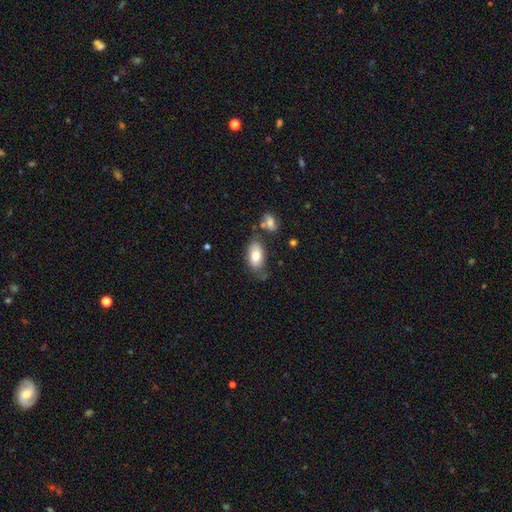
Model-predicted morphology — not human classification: smooth_or_featured: smooth (p=0.80) [alt: featured or disk p=0.13]
how_rounded: in between (p=0.92) [alt: round p=0.04]
merging: none (p=0.62) [alt: minor disturbance p=0.23]